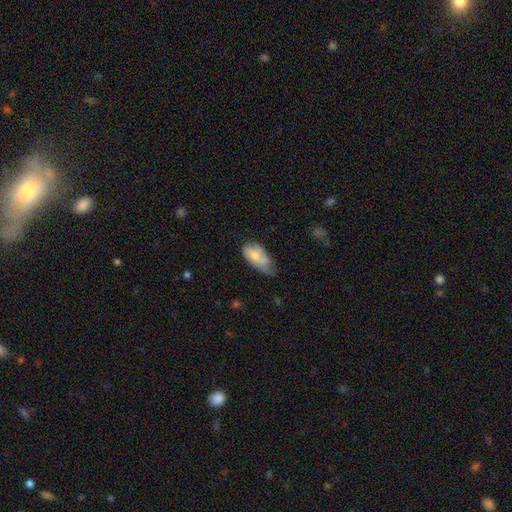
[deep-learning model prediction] This is likely a smooth galaxy (63%). How rounded: clearly in between (91%). Merging: marginally minor disturbance (44%).